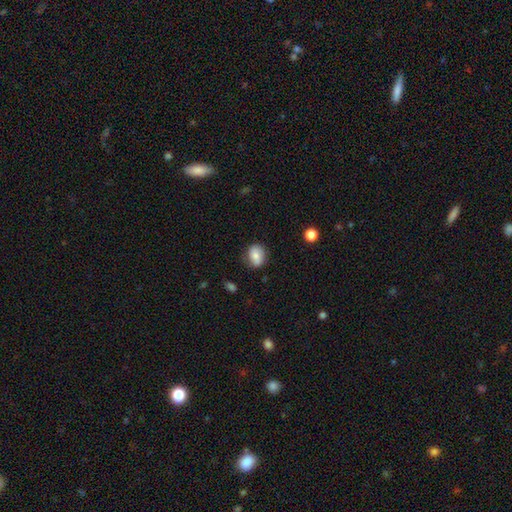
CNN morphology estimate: Smooth or featured? Predicted: smooth (p=0.74). How rounded? Predicted: in between (p=0.54). Merging? Predicted: none (p=0.75).